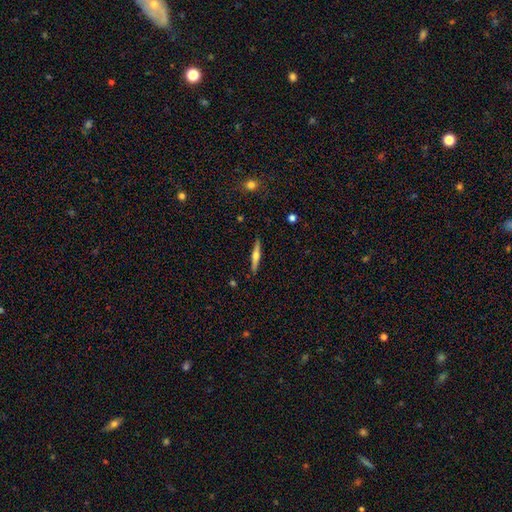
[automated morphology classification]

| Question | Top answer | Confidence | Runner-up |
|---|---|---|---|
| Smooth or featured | featured or disk | 55% | smooth (39%) |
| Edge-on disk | yes | 97% | no (3%) |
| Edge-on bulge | rounded | 88% | none (7%) |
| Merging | none | 90% | minor disturbance (7%) |